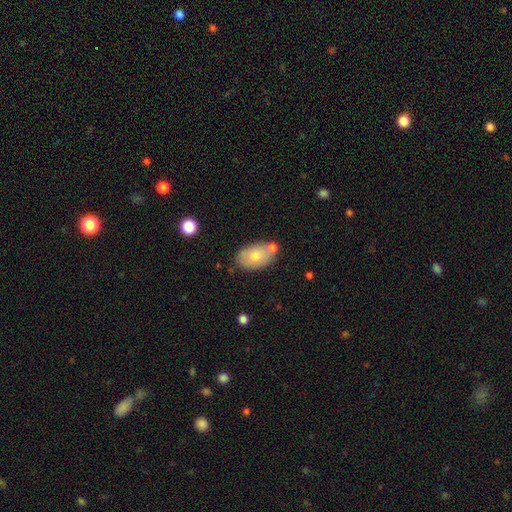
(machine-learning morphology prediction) Smooth or featured?
  - smooth: 71% *
  - featured or disk: 22%
  - star or artifact: 7%
How rounded?
  - in between: 91% *
  - round: 8%
  - cigar-shaped: 1%
Merging?
  - none: 63% *
  - minor disturbance: 18%
  - merger: 15%
  - major disturbance: 4%